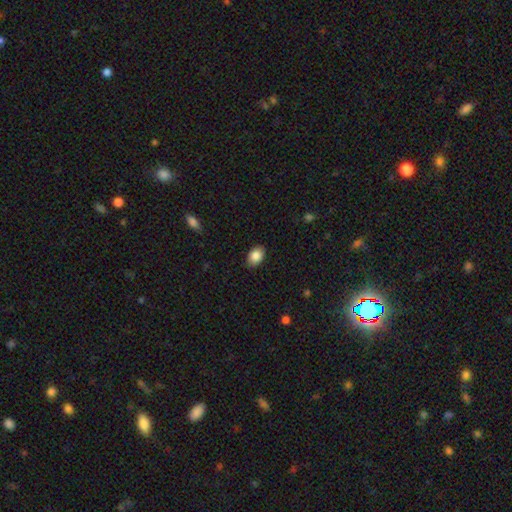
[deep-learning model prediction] smooth-or-featured: smooth: 86% | star or artifact: 8% | featured or disk: 6%
  how-rounded: in between: 83% | round: 16% | cigar-shaped: 1%
  merging: none: 87% | minor disturbance: 10% | major disturbance: 2% | merger: 1%